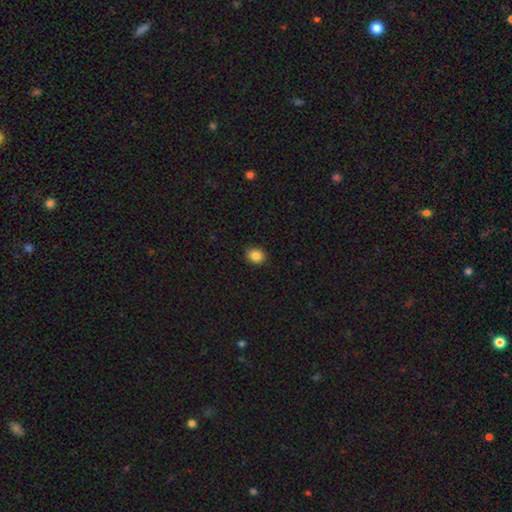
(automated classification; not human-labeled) Smooth or featured? Predicted: smooth (p=0.86). How rounded? Predicted: round (p=0.61). Merging? Predicted: none (p=0.89).